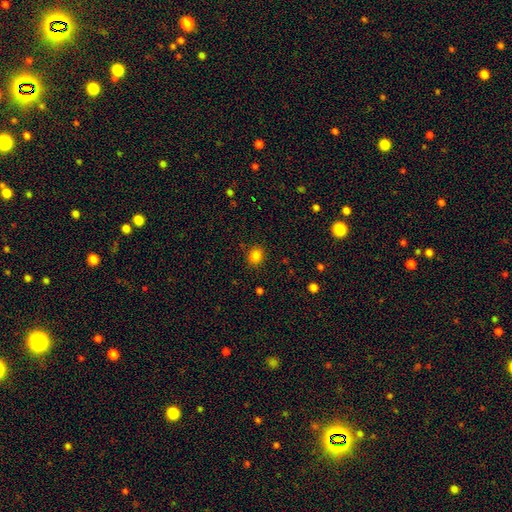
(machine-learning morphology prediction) Q: Smooth or featured?
A: smooth (83%); runner-up: star or artifact (13%)
Q: How rounded?
A: round (70%); runner-up: in between (29%)
Q: Merging?
A: none (88%); runner-up: minor disturbance (8%)